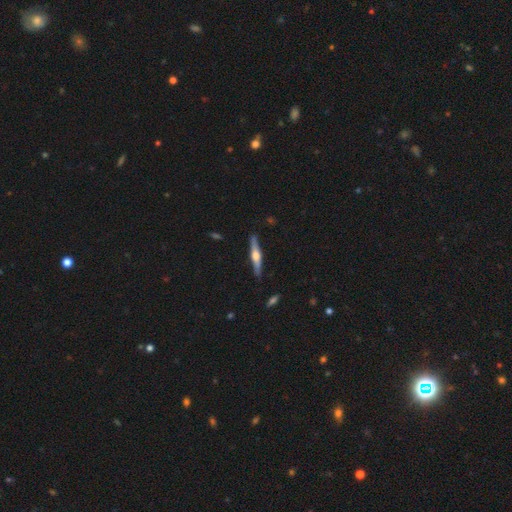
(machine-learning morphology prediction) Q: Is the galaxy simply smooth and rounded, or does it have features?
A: featured or disk — 67%.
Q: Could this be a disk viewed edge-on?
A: yes — 97%.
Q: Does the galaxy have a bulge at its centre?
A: rounded — 91%.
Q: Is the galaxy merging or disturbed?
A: none — 88%.